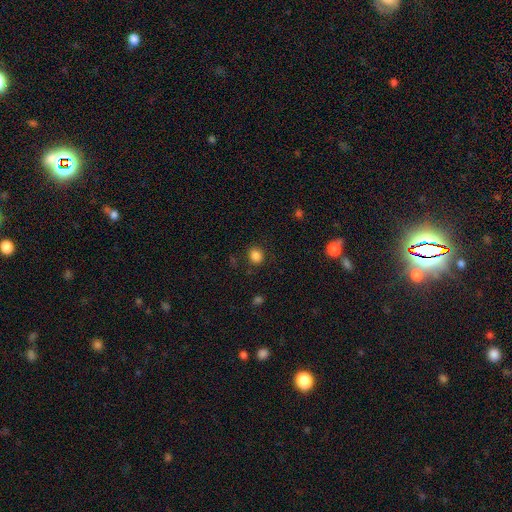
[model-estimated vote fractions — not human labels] A smooth galaxy with no disk features (85%) that is round (72%). Merging: none (86%).